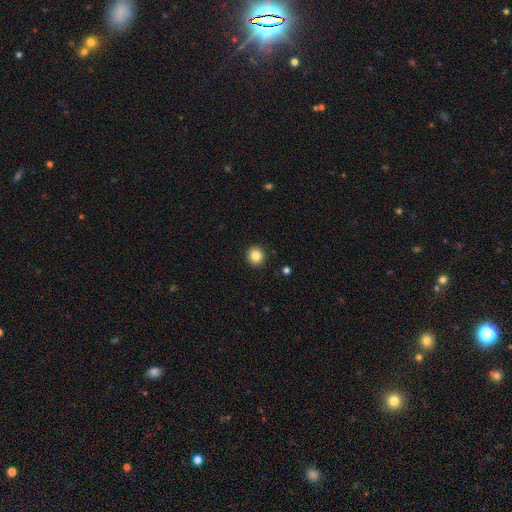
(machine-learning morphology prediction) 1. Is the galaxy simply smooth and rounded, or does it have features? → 85% smooth, 10% star or artifact, 5% featured or disk.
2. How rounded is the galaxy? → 91% round, 8% in between, 1% cigar-shaped.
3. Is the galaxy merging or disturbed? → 93% none, 5% minor disturbance, 2% major disturbance, 1% merger.